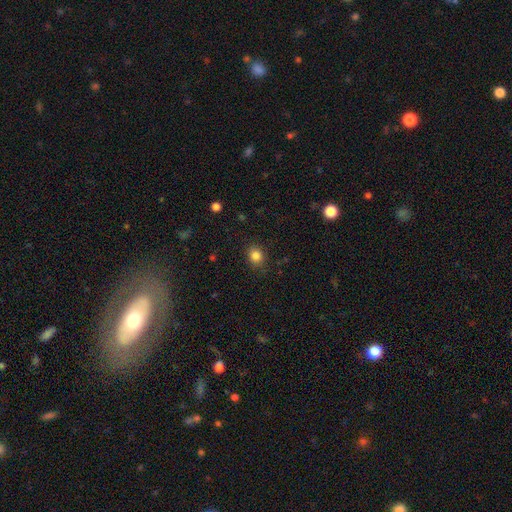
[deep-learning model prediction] This is clearly a smooth galaxy (84%). How rounded: likely round (73%). Merging: clearly none (85%).